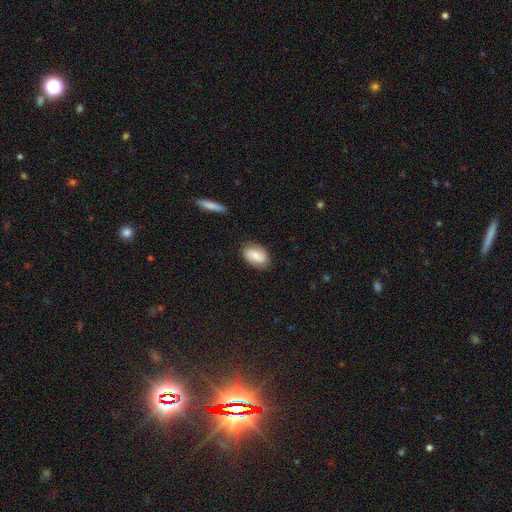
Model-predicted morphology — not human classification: Smooth or featured? smooth (76%)
How rounded? in between (89%)
Merging? none (81%)